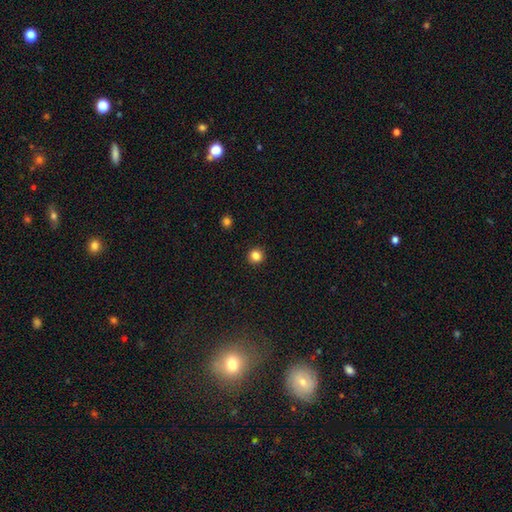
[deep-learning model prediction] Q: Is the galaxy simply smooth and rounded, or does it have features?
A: smooth — 84%.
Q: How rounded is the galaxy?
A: round — 93%.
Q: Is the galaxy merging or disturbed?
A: none — 93%.